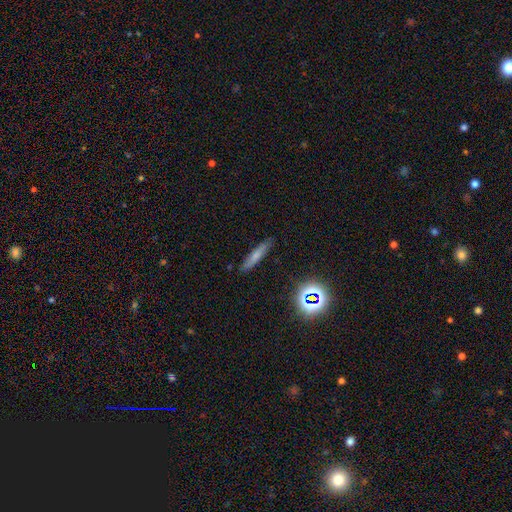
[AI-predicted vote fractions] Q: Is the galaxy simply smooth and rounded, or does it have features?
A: smooth — 66%.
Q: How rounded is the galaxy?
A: cigar-shaped — 88%.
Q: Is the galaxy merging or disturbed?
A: none — 85%.